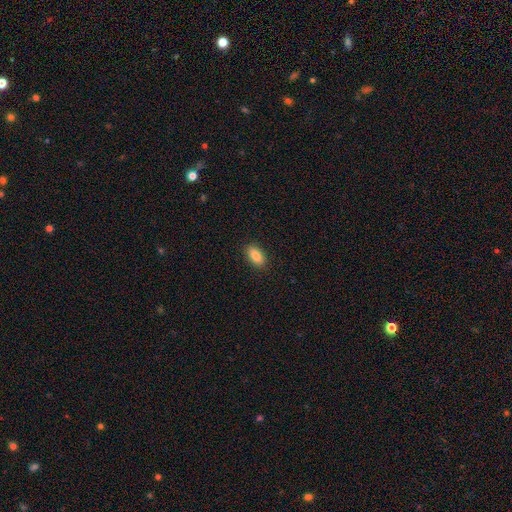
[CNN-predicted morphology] type=smooth (86%); roundness=in between (91%); merging=none (89%).